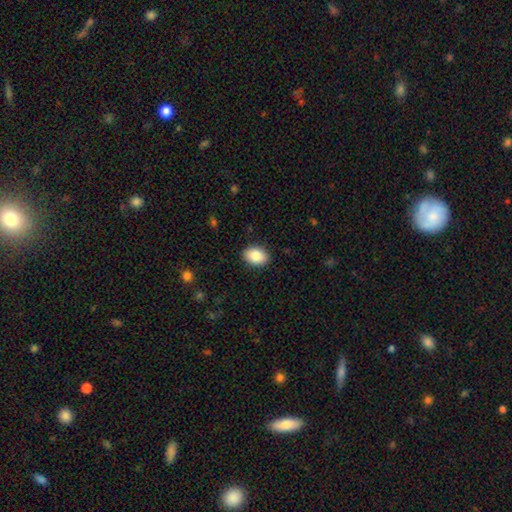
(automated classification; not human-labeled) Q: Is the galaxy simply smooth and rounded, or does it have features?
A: smooth — 87%.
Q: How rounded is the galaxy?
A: in between — 80%.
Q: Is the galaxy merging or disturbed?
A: none — 89%.